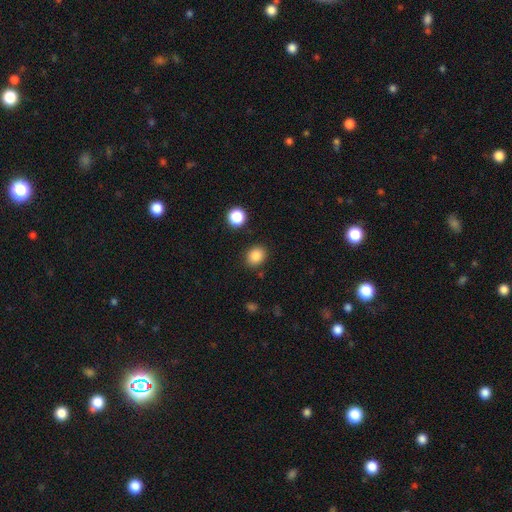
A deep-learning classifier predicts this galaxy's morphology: Q: Smooth or featured?
A: smooth (86%); runner-up: star or artifact (10%)
Q: How rounded?
A: round (56%); runner-up: in between (44%)
Q: Merging?
A: none (85%); runner-up: minor disturbance (9%)